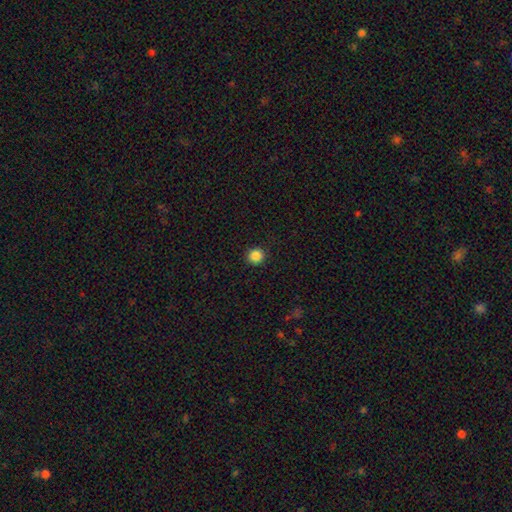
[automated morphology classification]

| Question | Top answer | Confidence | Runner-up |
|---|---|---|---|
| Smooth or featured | smooth | 87% | star or artifact (11%) |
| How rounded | round | 92% | in between (7%) |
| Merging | none | 91% | minor disturbance (6%) |